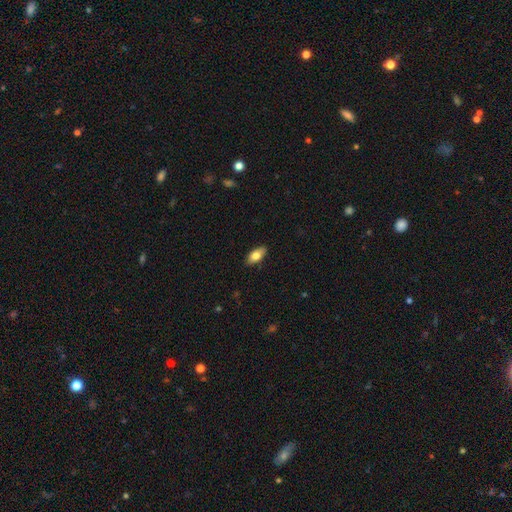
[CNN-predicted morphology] Q: Smooth or featured?
A: smooth (79%); runner-up: featured or disk (15%)
Q: How rounded?
A: in between (90%); runner-up: cigar-shaped (7%)
Q: Merging?
A: none (88%); runner-up: minor disturbance (10%)